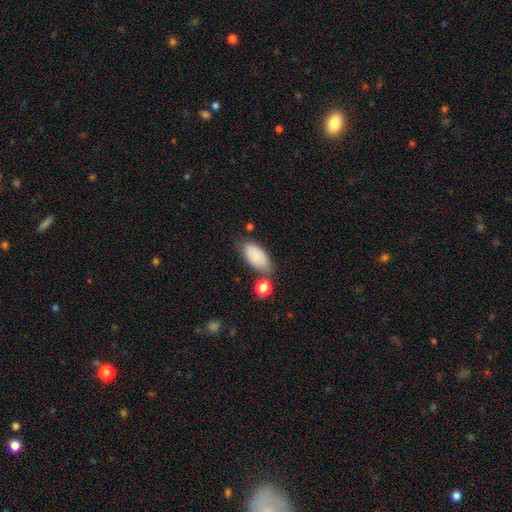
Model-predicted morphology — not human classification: A smooth galaxy with no disk features (77%) that is in between round and cigar-shaped (93%). Merging: none (62%).